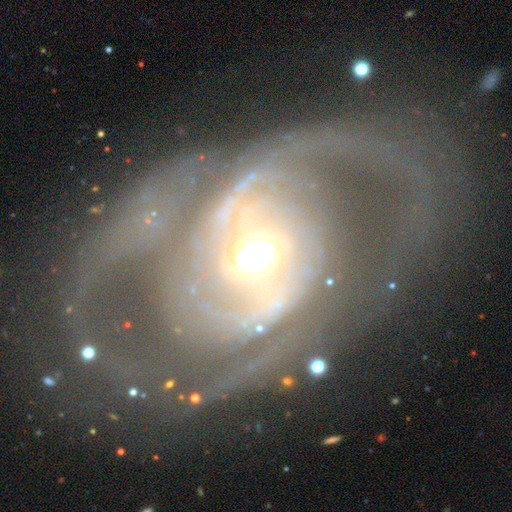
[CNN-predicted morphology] smooth_or_featured: featured or disk (p=0.87) [alt: smooth p=0.07]
disk_edge_on: no (p=0.97) [alt: yes p=0.03]
bar: no (p=0.54) [alt: weak p=0.29]
has_spiral_arms: yes (p=0.88) [alt: no p=0.12]
spiral_winding: tight (p=0.53) [alt: medium p=0.31]
spiral_arm_count: 2 (p=0.34) [alt: can't tell p=0.25]
bulge_size: moderate (p=0.63) [alt: large p=0.21]
merging: none (p=0.56) [alt: major disturbance p=0.22]